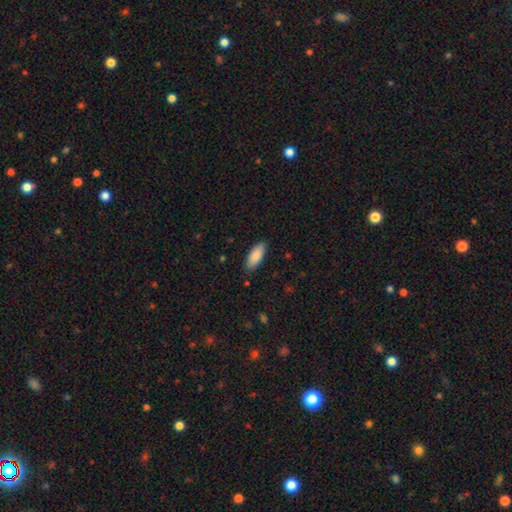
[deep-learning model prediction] smooth_or_featured: smooth (p=0.86) [alt: featured or disk p=0.08]
how_rounded: in between (p=0.80) [alt: cigar-shaped p=0.19]
merging: none (p=0.86) [alt: minor disturbance p=0.11]